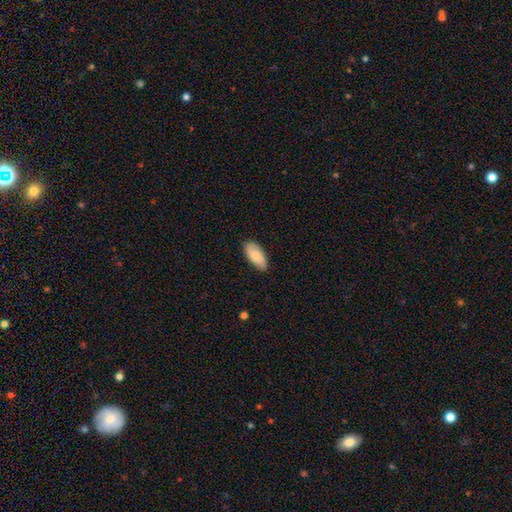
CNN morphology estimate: smooth 81%, featured or disk 14%, star or artifact 6%. Down the decision tree: how rounded — in between (91%); merging — none (82%).